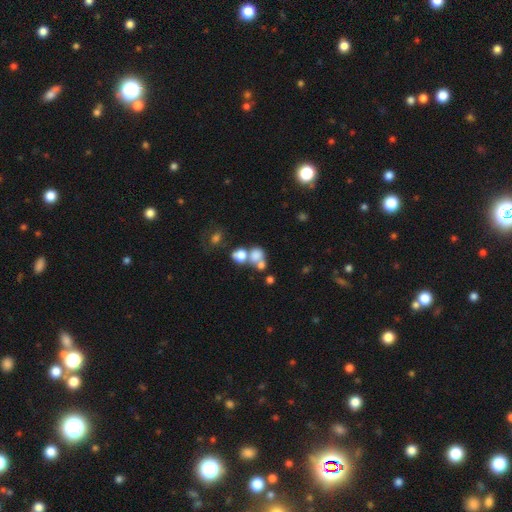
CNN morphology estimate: Smooth or featured? Predicted: smooth (p=0.69). How rounded? Predicted: round (p=0.61). Merging? Predicted: merger (p=0.51).